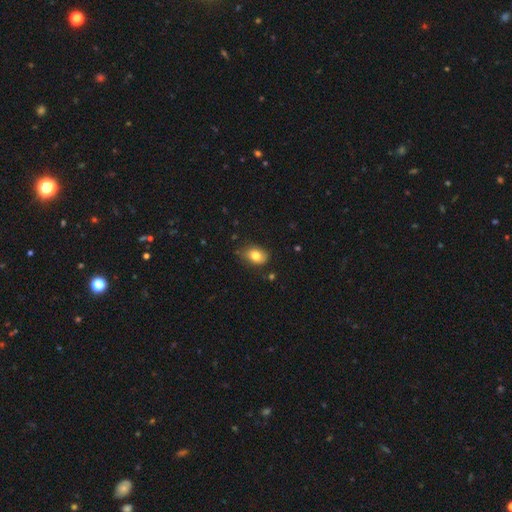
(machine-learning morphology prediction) Smooth or featured?
  - smooth: 81% *
  - featured or disk: 10%
  - star or artifact: 9%
How rounded?
  - in between: 78% *
  - round: 21%
  - cigar-shaped: 1%
Merging?
  - none: 74% *
  - minor disturbance: 20%
  - major disturbance: 4%
  - merger: 2%